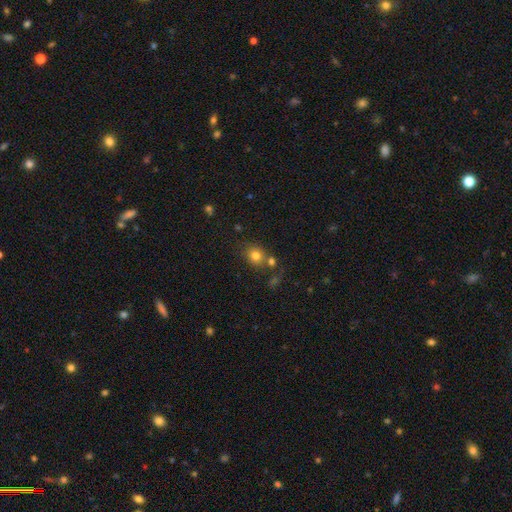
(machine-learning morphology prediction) This appears to be a smooth galaxy with no disk features (79%) that is round (71%). Merging: none (64%).